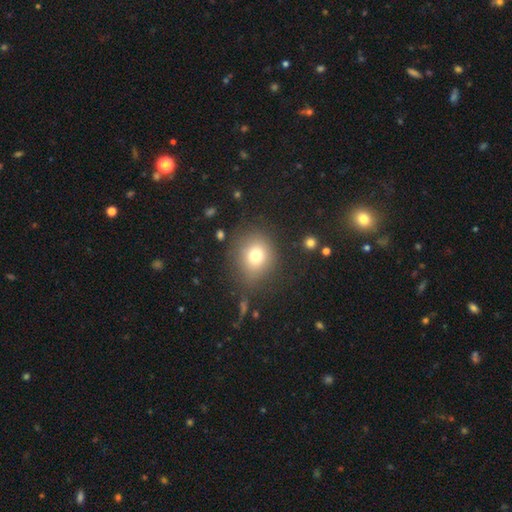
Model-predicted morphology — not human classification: Smooth or featured?
  - smooth: 74% *
  - star or artifact: 14%
  - featured or disk: 12%
How rounded?
  - round: 78% *
  - in between: 21%
  - cigar-shaped: 1%
Merging?
  - none: 78% *
  - minor disturbance: 13%
  - major disturbance: 7%
  - merger: 3%